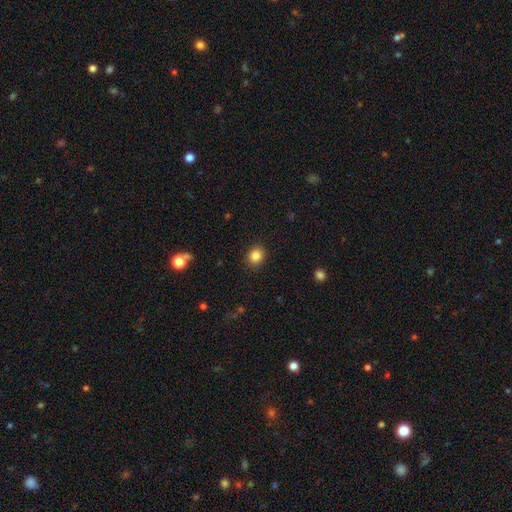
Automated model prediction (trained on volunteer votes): Smooth or featured?
  - smooth: 84% *
  - star or artifact: 10%
  - featured or disk: 5%
How rounded?
  - round: 74% *
  - in between: 25%
  - cigar-shaped: 1%
Merging?
  - none: 90% *
  - minor disturbance: 7%
  - major disturbance: 2%
  - merger: 1%